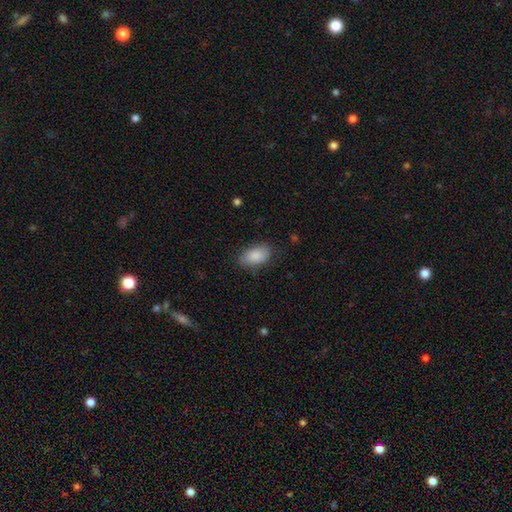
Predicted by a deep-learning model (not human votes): smooth-or-featured: smooth: 88% | star or artifact: 6% | featured or disk: 6%
  how-rounded: in between: 93% | round: 5% | cigar-shaped: 2%
  merging: none: 81% | minor disturbance: 14% | major disturbance: 4% | merger: 1%